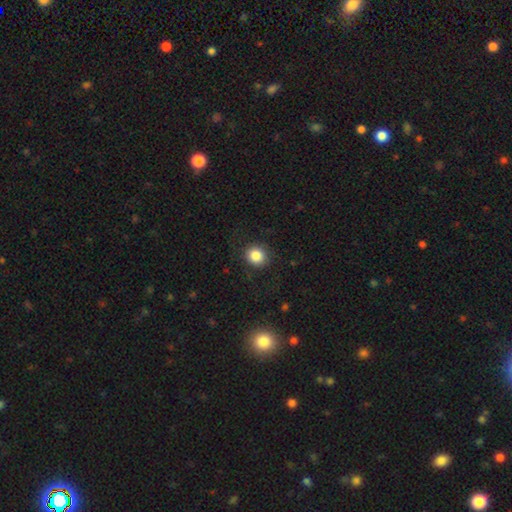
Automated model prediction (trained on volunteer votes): smooth 85%, star or artifact 10%, featured or disk 6%. Down the decision tree: how rounded — round (84%); merging — none (85%).